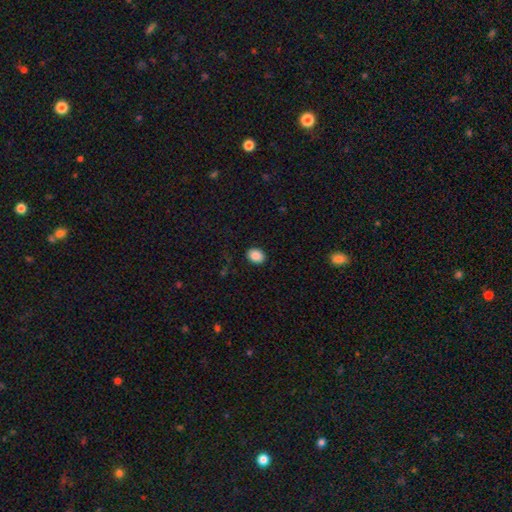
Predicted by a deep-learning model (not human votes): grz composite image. It shows a smooth galaxy with no disk features (88%) that is in between round and cigar-shaped (62%). Merging: none (89%).